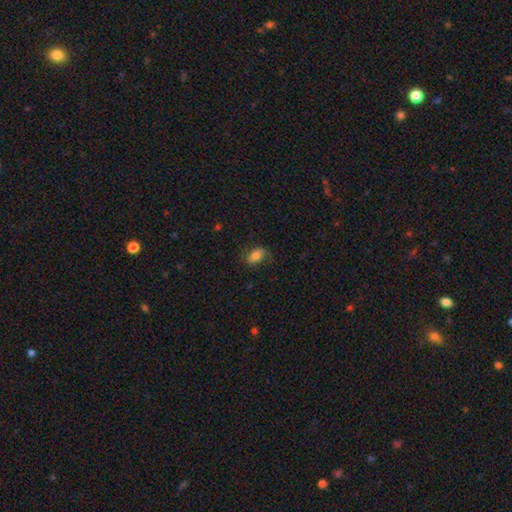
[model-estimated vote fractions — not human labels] Overall: smooth (63%; featured or disk 28%). How rounded: in between (88%). Merging: none (68%).